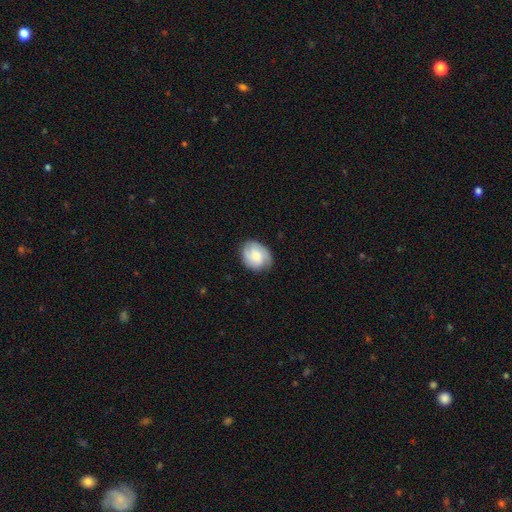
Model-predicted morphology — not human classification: type=featured or disk (49%); merging=none (78%).